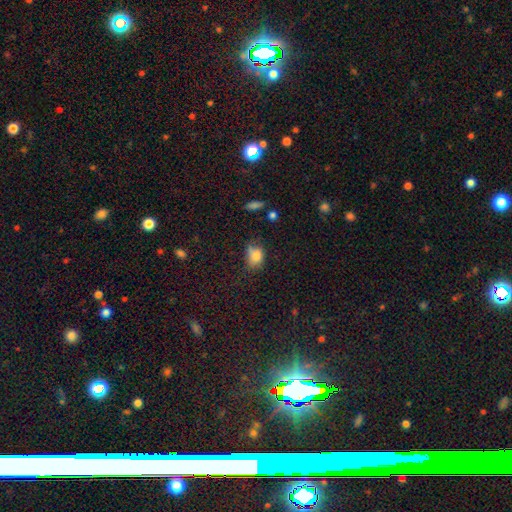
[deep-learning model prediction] Overall: smooth (79%). How rounded: in between (66%; round 32%). Merging: none (46%; minor disturbance 34%).